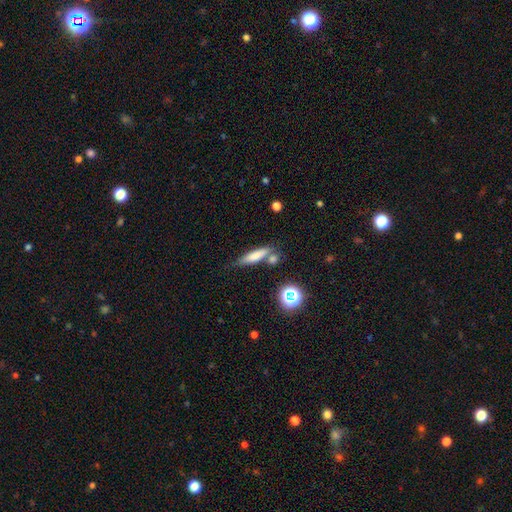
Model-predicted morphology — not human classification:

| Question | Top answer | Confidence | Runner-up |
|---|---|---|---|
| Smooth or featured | smooth | 72% | featured or disk (18%) |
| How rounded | cigar-shaped | 72% | in between (24%) |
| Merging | none | 60% | merger (19%) |